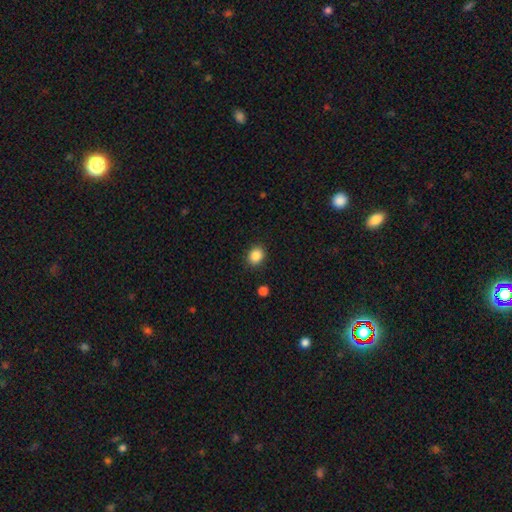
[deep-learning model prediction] Smooth or featured? Predicted: smooth (p=0.87). How rounded? Predicted: round (p=0.58). Merging? Predicted: none (p=0.89).